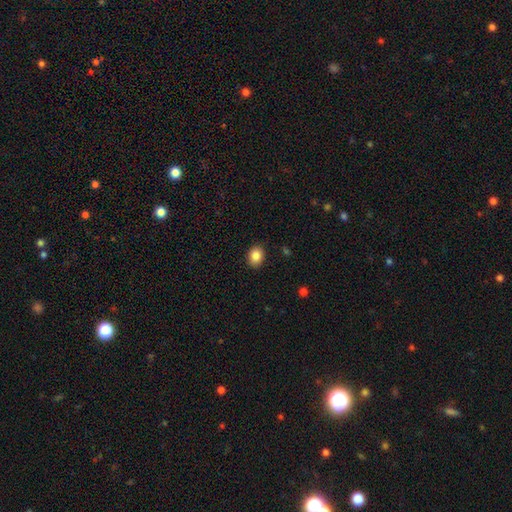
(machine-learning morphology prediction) smooth_or_featured: smooth (p=0.86) [alt: star or artifact p=0.09]
how_rounded: in between (p=0.60) [alt: round p=0.39]
merging: none (p=0.89) [alt: minor disturbance p=0.08]